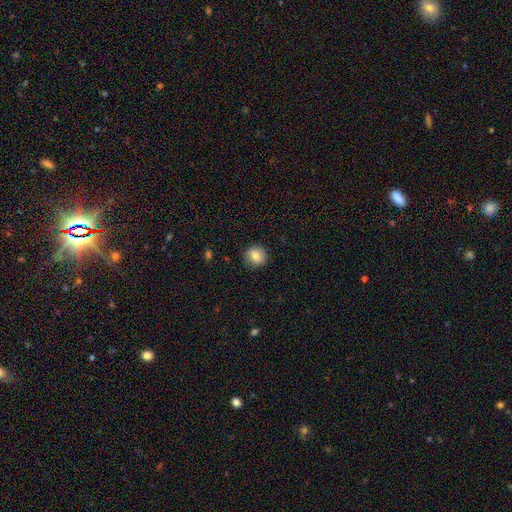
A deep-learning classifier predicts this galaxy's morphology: type=smooth (79%); roundness=round (87%); merging=none (88%).